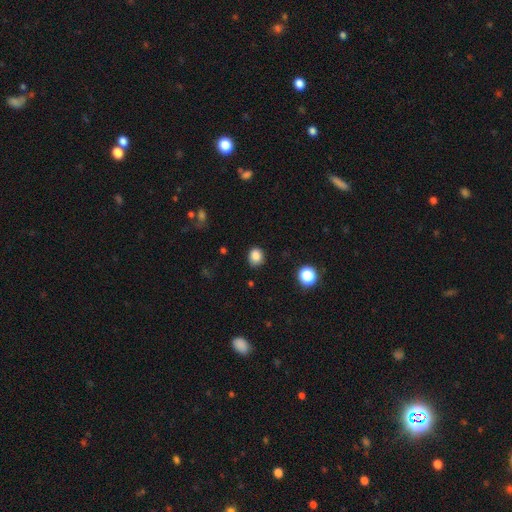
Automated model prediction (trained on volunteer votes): smooth_or_featured: smooth (p=0.85) [alt: star or artifact p=0.11]
how_rounded: round (p=0.66) [alt: in between p=0.33]
merging: none (p=0.83) [alt: minor disturbance p=0.13]